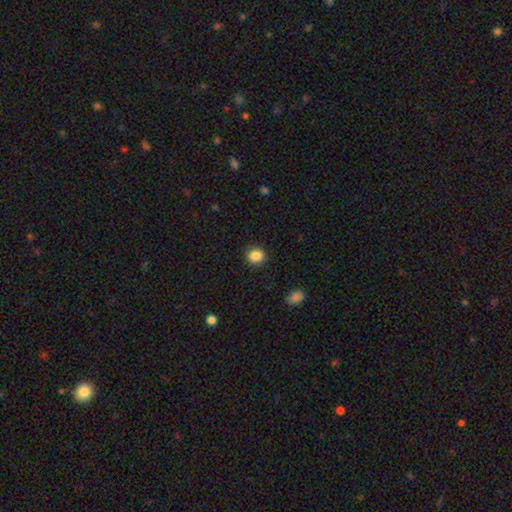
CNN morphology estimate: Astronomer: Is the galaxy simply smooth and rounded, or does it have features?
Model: smooth — 86%.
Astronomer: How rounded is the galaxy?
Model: round — 77%.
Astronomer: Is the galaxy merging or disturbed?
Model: none — 90%.